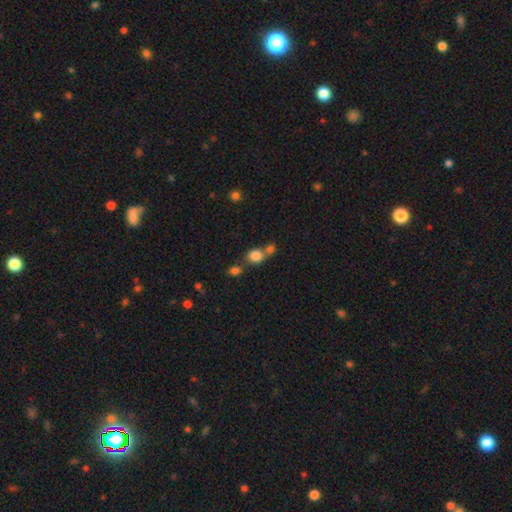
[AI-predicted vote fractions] A smooth galaxy with no disk features (81%) that is round (72%).

Vote fractions:
- Smooth or featured? smooth: 81% / star or artifact: 11% / featured or disk: 8%
- How rounded? round: 72% / in between: 27% / cigar-shaped: 1%
- Merging? merger: 45% / none: 42% / minor disturbance: 9% / major disturbance: 4%